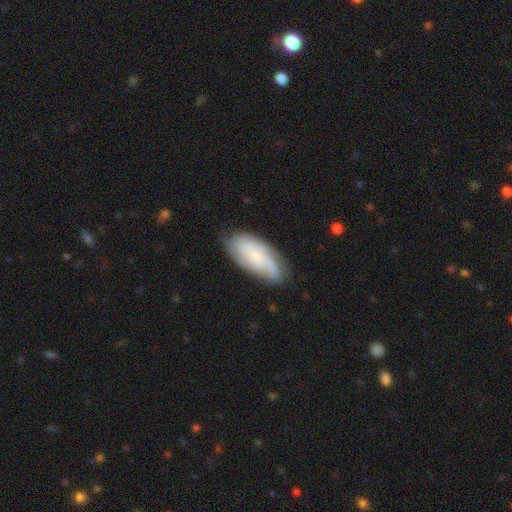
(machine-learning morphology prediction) Smooth or featured? featured or disk (55%)
Edge-on disk? no (92%)
Bar? no (67%)
Spiral arms? yes (87%)
Bulge size? small (71%)
Merging? none (69%)